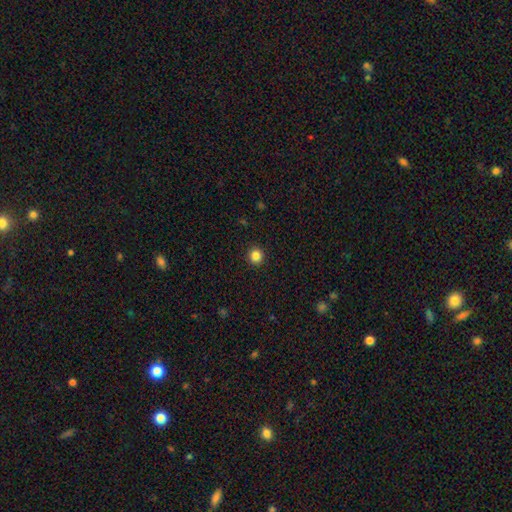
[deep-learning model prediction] Morphology: type=smooth (85%); roundness=round (93%); merging=none (93%).